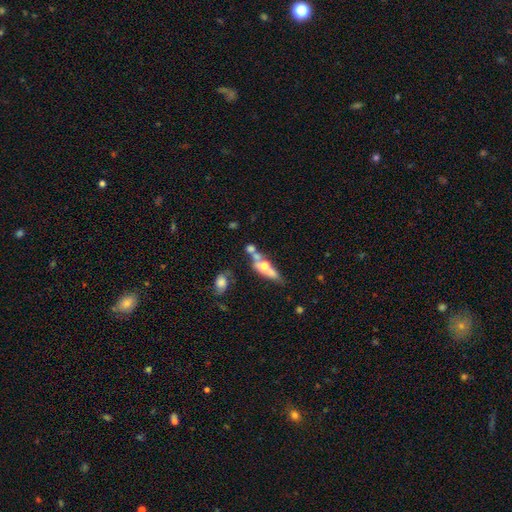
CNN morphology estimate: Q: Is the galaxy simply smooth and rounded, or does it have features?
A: featured or disk — 51%.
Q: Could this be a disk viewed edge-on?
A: yes — 64%.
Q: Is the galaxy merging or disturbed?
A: none — 40%.